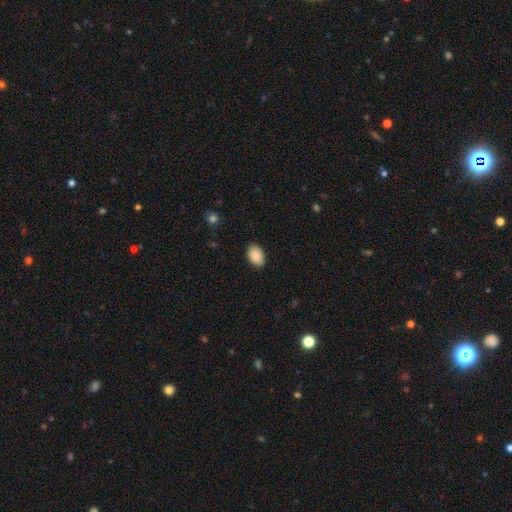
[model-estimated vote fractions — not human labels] The model was most divided on "merging": none: 86%, minor disturbance: 10%, major disturbance: 2%, merger: 1%. More confident: smooth or featured — smooth (90%); how rounded — in between (89%).